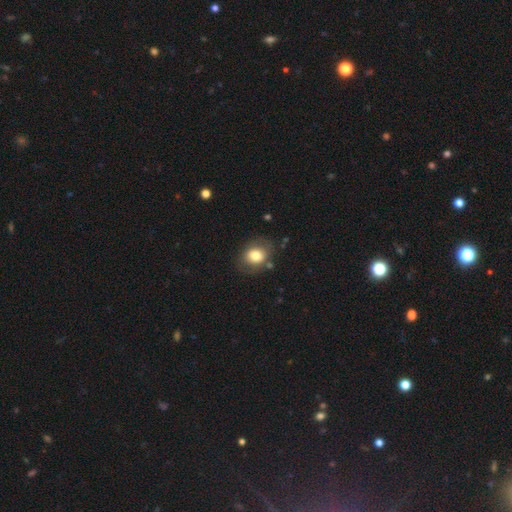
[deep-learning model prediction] The model was most divided on "how rounded": round: 56%, in between: 43%, cigar-shaped: 1%. More confident: smooth or featured — smooth (78%); merging — none (77%).